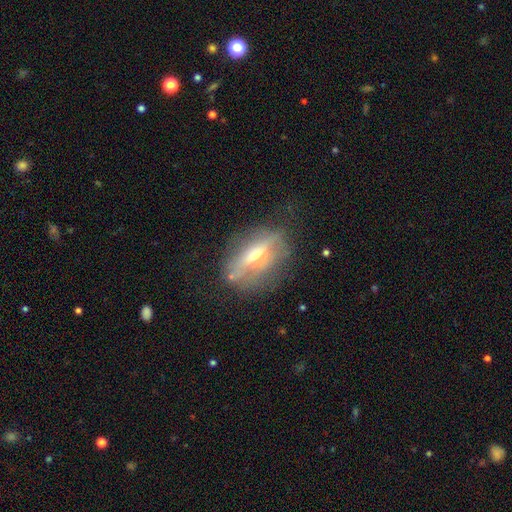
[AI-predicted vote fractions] Smooth or featured: featured or disk — 61% (smooth — 30%)
Edge-on disk: yes — 62% (no — 38%)
Merging: none — 61% (minor disturbance — 22%)